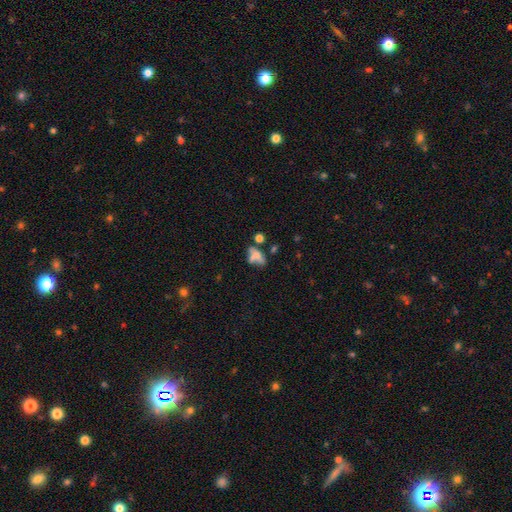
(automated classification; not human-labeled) A smooth galaxy with no disk features (54%) that is in between round and cigar-shaped (74%).

Vote fractions:
- Smooth or featured? smooth: 54% / featured or disk: 32% / star or artifact: 14%
- How rounded? in between: 74% / round: 14% / cigar-shaped: 12%
- Merging? merger: 34% / none: 31% / major disturbance: 18% / minor disturbance: 17%